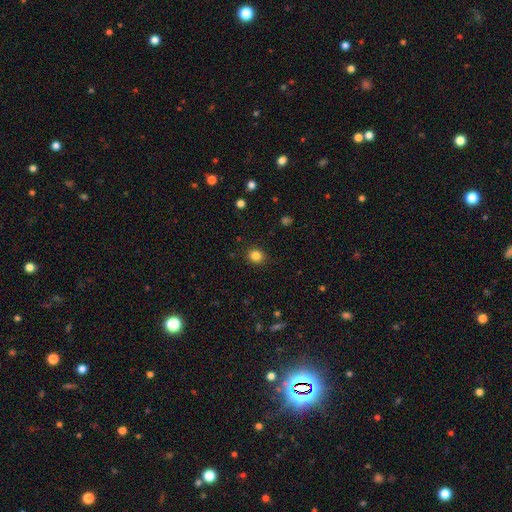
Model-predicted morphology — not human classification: Overall: smooth (84%). How rounded: round (72%). Merging: none (89%).